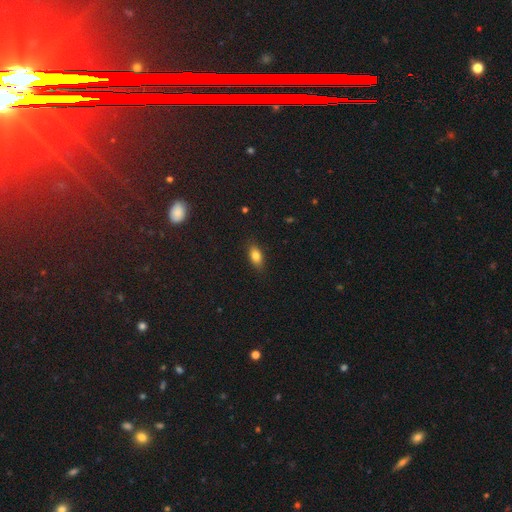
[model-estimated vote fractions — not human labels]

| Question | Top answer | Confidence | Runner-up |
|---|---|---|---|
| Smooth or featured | smooth | 81% | featured or disk (10%) |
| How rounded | in between | 86% | cigar-shaped (8%) |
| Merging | none | 86% | minor disturbance (11%) |